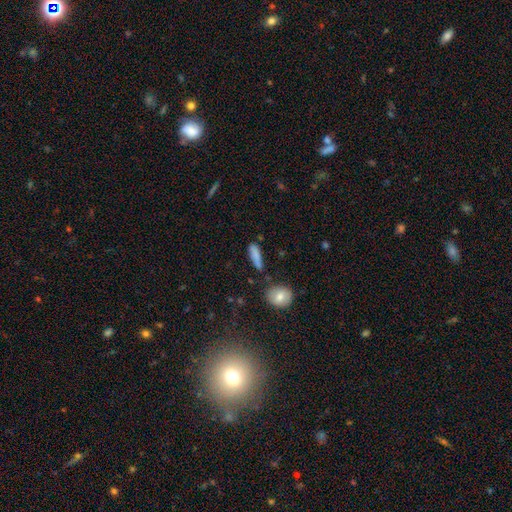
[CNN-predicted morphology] Q: Smooth or featured?
A: smooth (82%); runner-up: featured or disk (10%)
Q: How rounded?
A: cigar-shaped (60%); runner-up: in between (37%)
Q: Merging?
A: none (67%); runner-up: minor disturbance (21%)